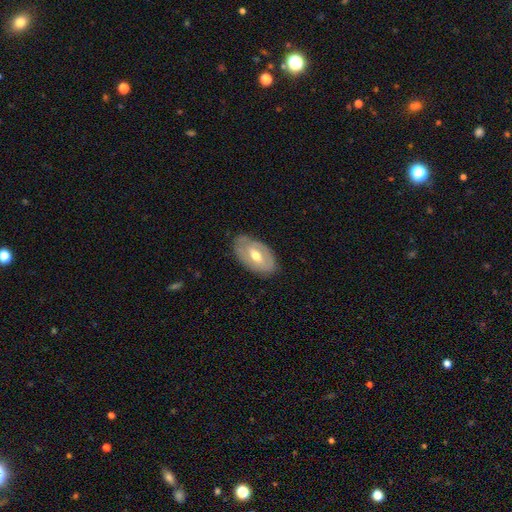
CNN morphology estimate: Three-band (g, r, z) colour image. It shows a featured or disk galaxy (60%) with a weak bar (45%), no spiral arms (51%) and a moderate central bulge (73%). Merging: none (73%).